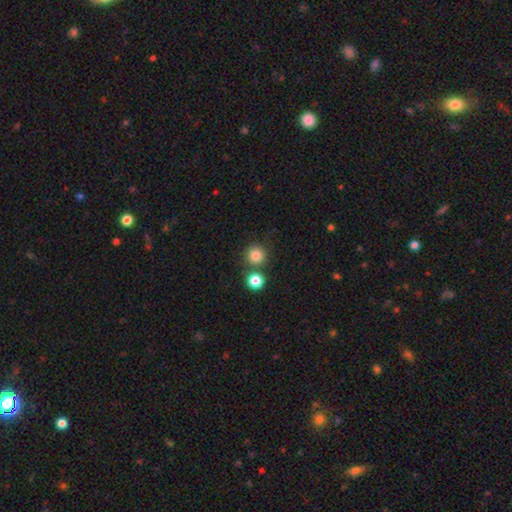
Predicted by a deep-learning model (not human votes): smooth_or_featured: smooth (p=0.83) [alt: star or artifact p=0.12]
how_rounded: round (p=0.94) [alt: in between p=0.05]
merging: none (p=0.74) [alt: merger p=0.17]